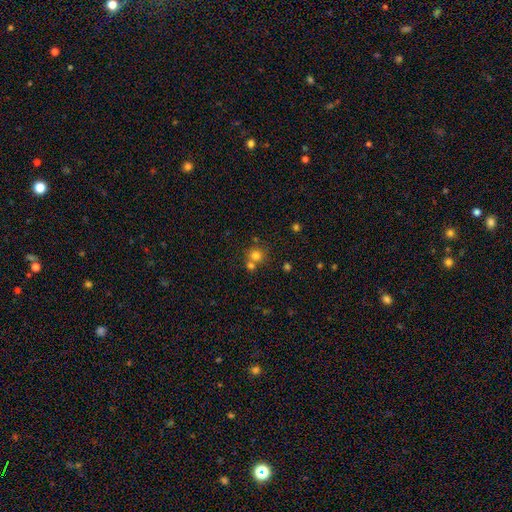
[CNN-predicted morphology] smooth-or-featured: smooth: 76% | star or artifact: 15% | featured or disk: 9%
  how-rounded: round: 88% | in between: 11% | cigar-shaped: 1%
  merging: none: 55% | merger: 34% | minor disturbance: 7% | major disturbance: 3%